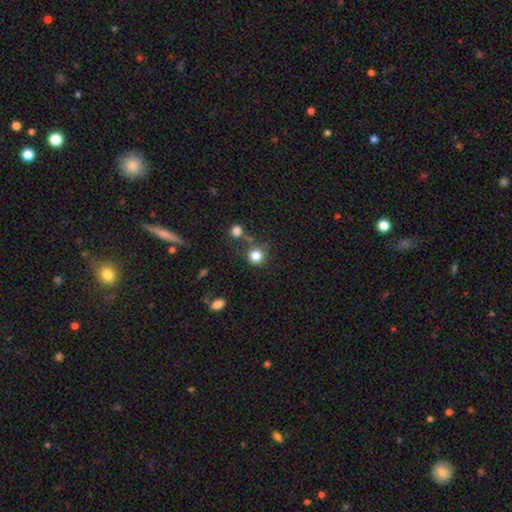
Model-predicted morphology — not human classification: A smooth galaxy with no disk features (81%) that is round (91%).

Vote fractions:
- Smooth or featured? smooth: 81% / star or artifact: 13% / featured or disk: 6%
- How rounded? round: 91% / in between: 8% / cigar-shaped: 1%
- Merging? none: 73% / minor disturbance: 11% / merger: 11% / major disturbance: 5%